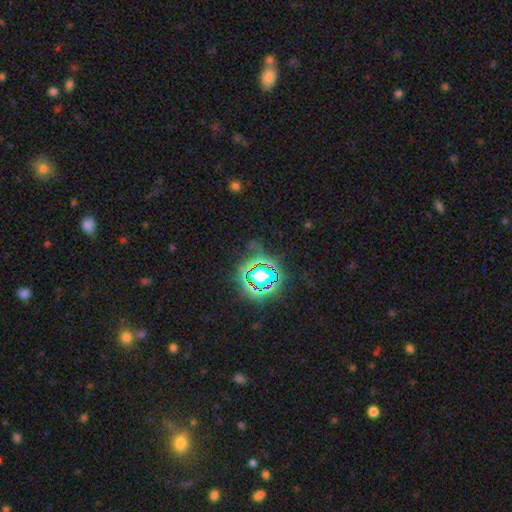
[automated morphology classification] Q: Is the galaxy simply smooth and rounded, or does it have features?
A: star or artifact — 80%.